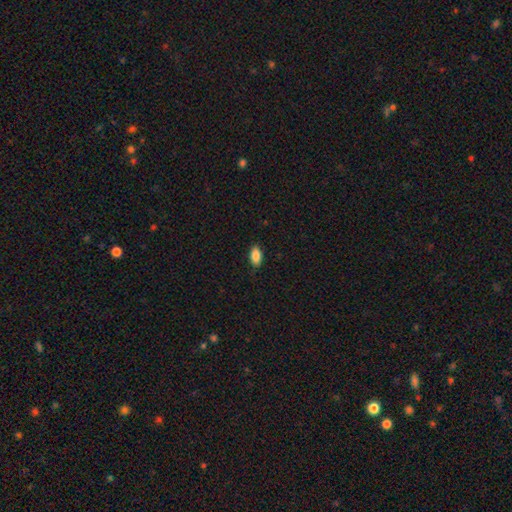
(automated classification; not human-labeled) Smooth or featured? Predicted: smooth (p=0.87). How rounded? Predicted: in between (p=0.91). Merging? Predicted: none (p=0.86).